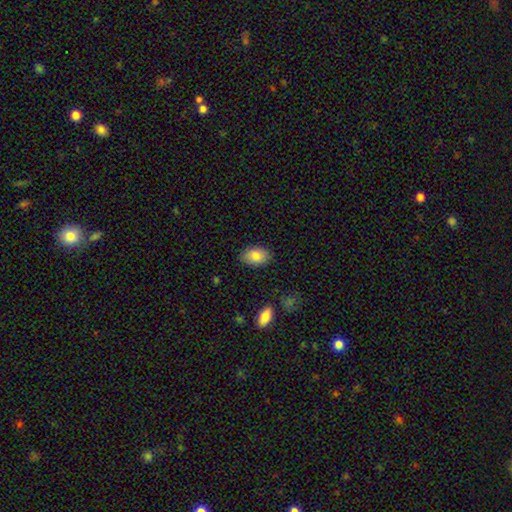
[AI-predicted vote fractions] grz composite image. It shows a smooth galaxy with no disk features (85%) that is in between round and cigar-shaped (88%). Merging: none (86%).